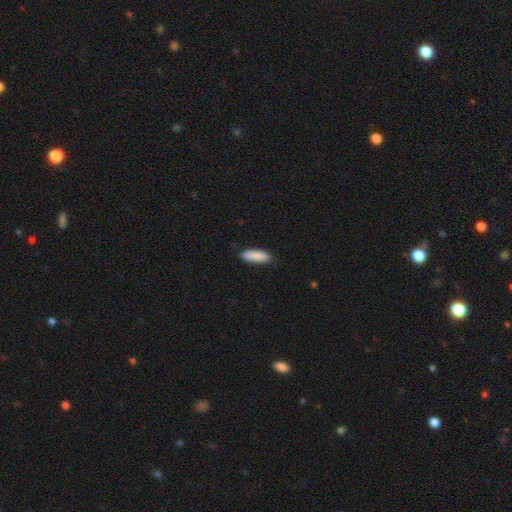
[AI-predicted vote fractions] A smooth galaxy with no disk features (89%) that is cigar-shaped (52%).

Vote fractions:
- Smooth or featured? smooth: 89% / star or artifact: 6% / featured or disk: 5%
- How rounded? cigar-shaped: 52% / in between: 47% / round: 2%
- Merging? none: 86% / minor disturbance: 11% / major disturbance: 2% / merger: 1%